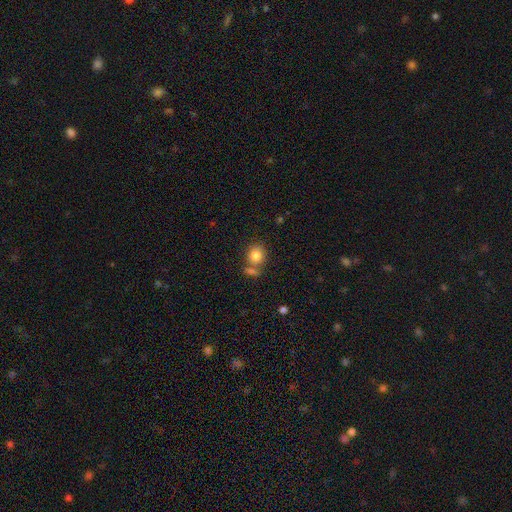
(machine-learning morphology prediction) Smooth or featured: smooth — 82% (star or artifact — 10%)
How rounded: round — 70% (in between — 29%)
Merging: none — 59% (merger — 26%)